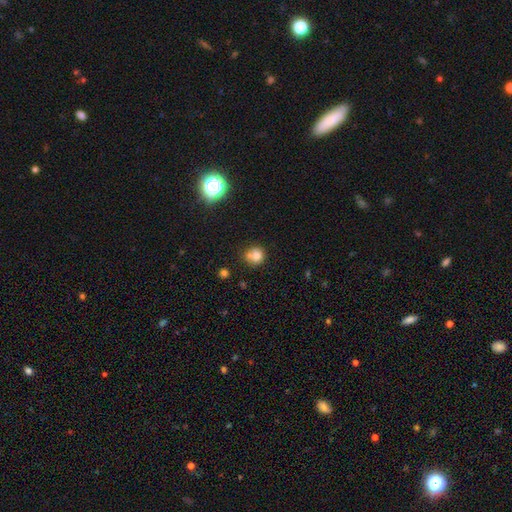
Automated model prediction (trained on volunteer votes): Q: Smooth or featured?
A: smooth (76%); runner-up: star or artifact (13%)
Q: How rounded?
A: round (81%); runner-up: in between (18%)
Q: Merging?
A: none (52%); runner-up: merger (22%)